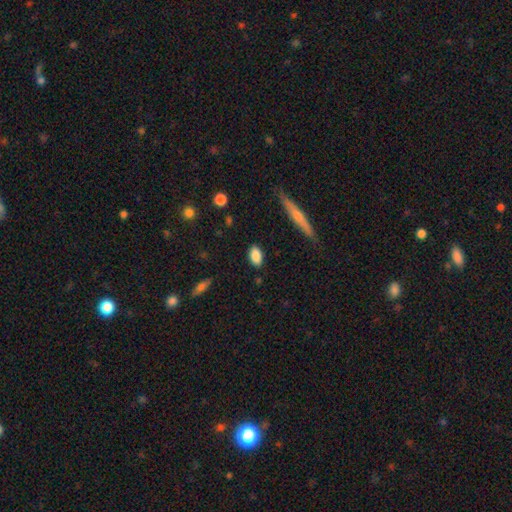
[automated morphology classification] Smooth or featured: smooth — 86% (star or artifact — 7%)
How rounded: in between — 90% (round — 6%)
Merging: none — 86% (minor disturbance — 10%)